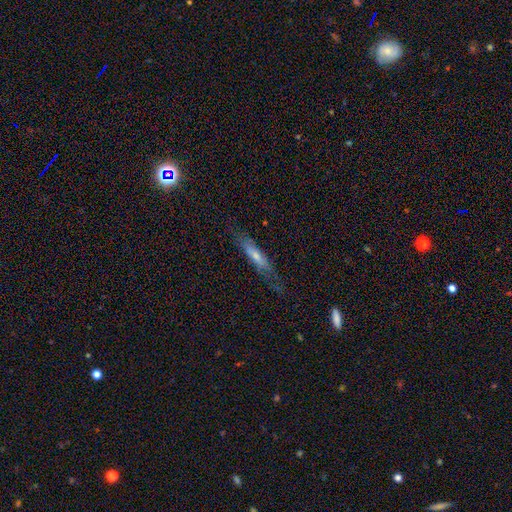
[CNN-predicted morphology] smooth_or_featured: featured or disk (p=0.47) [alt: smooth p=0.46]
merging: none (p=0.70) [alt: minor disturbance p=0.20]